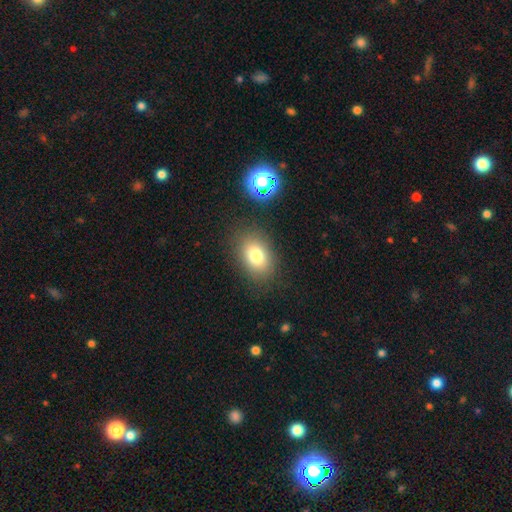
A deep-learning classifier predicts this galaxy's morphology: Overall: smooth (78%). How rounded: in between (77%). Merging: none (84%).